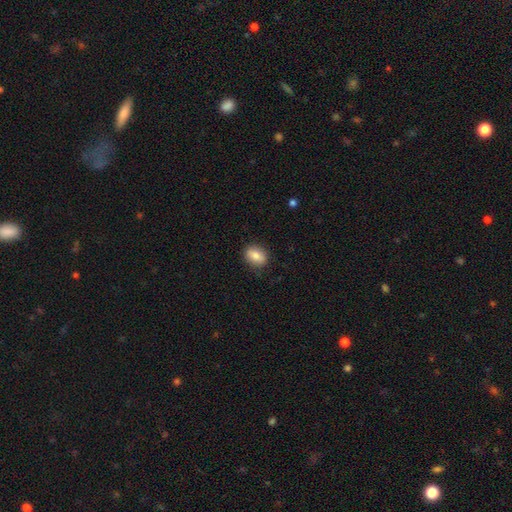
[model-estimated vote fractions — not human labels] This appears to be a smooth galaxy with no disk features (80%) that is in between round and cigar-shaped (65%). Merging: none (85%).